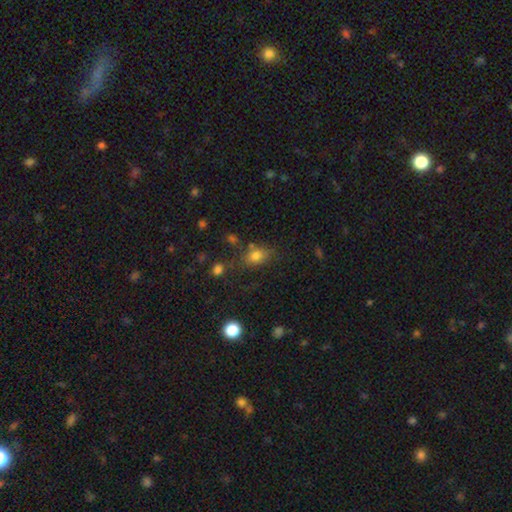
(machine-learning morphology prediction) smooth-or-featured: smooth: 76% | star or artifact: 14% | featured or disk: 10%
  how-rounded: in between: 70% | round: 28% | cigar-shaped: 2%
  merging: none: 62% | minor disturbance: 20% | merger: 10% | major disturbance: 8%